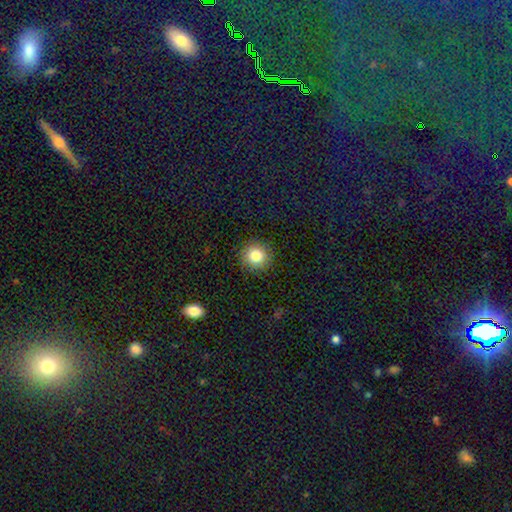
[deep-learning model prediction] Q: Smooth or featured?
A: smooth (83%); runner-up: star or artifact (11%)
Q: How rounded?
A: round (92%); runner-up: in between (7%)
Q: Merging?
A: none (90%); runner-up: minor disturbance (7%)